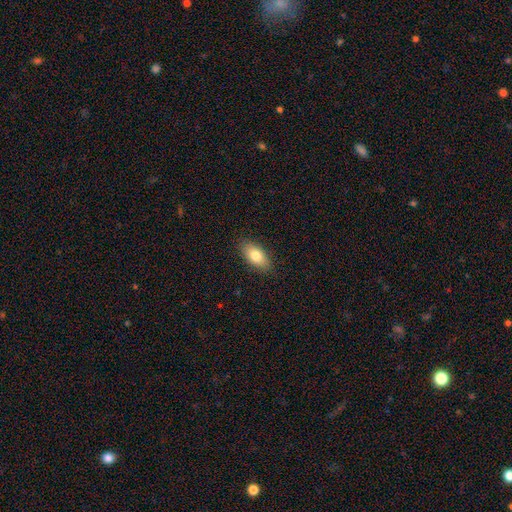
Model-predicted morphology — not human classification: Smooth or featured? Predicted: smooth (p=0.79). How rounded? Predicted: in between (p=0.89). Merging? Predicted: none (p=0.87).